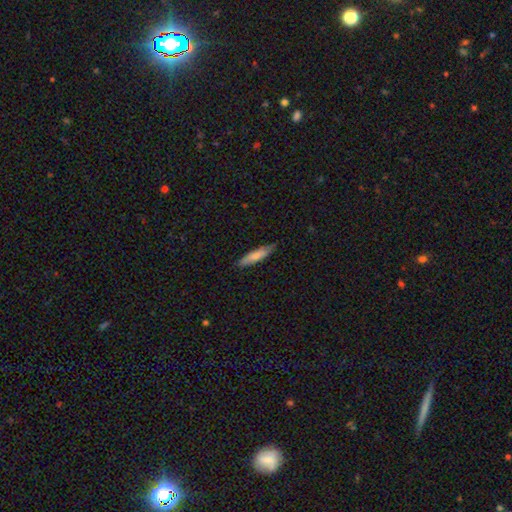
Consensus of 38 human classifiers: Overall: smooth (63%; featured or disk 29%). How rounded: cigar-shaped (71%). Merging: none (83%).